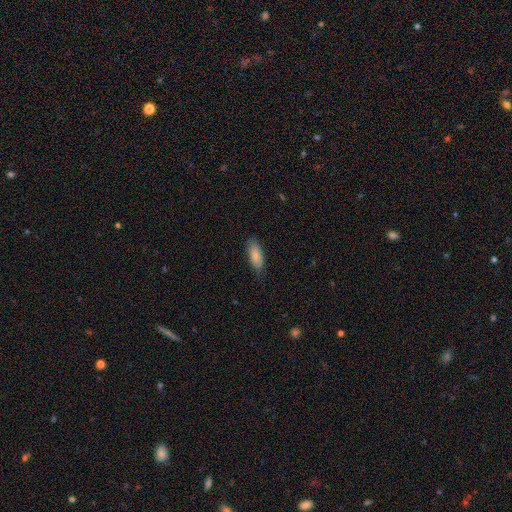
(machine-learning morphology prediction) A smooth galaxy with no disk features (85%) that is in between round and cigar-shaped (77%). Merging: none (81%).